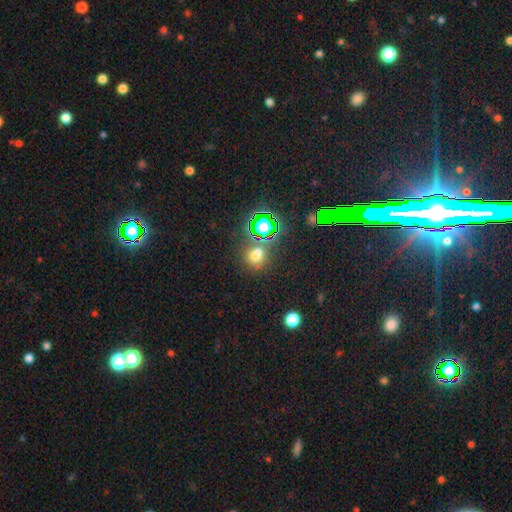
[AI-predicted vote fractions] Smooth or featured: smooth — 53% (star or artifact — 38%)
How rounded: round — 65% (in between — 33%)
Merging: none — 62% (merger — 21%)